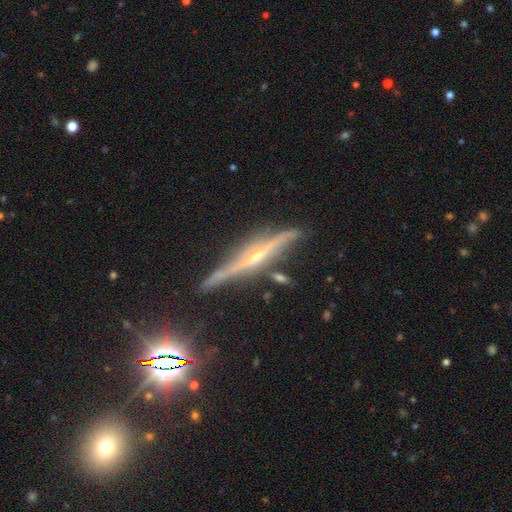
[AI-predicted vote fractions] Smooth or featured? Predicted: featured or disk (p=0.81). Edge-on disk? Predicted: yes (p=0.96). Edge-on bulge? Predicted: rounded (p=0.72). Merging? Predicted: none (p=0.80).